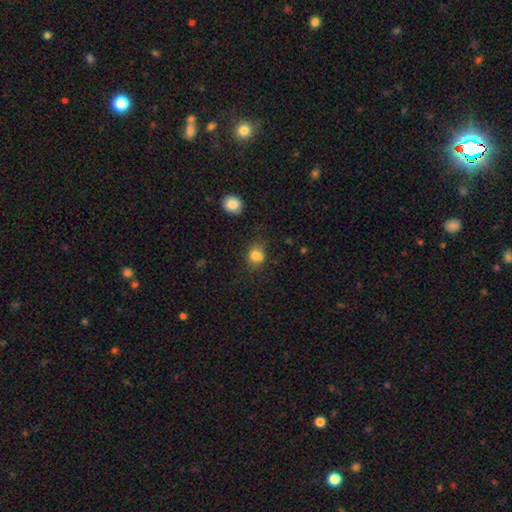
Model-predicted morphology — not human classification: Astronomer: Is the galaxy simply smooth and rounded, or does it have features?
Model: smooth — 77%.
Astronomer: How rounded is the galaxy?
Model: round — 60% (runner-up: in between, 39%).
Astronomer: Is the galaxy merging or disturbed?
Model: none — 54%.